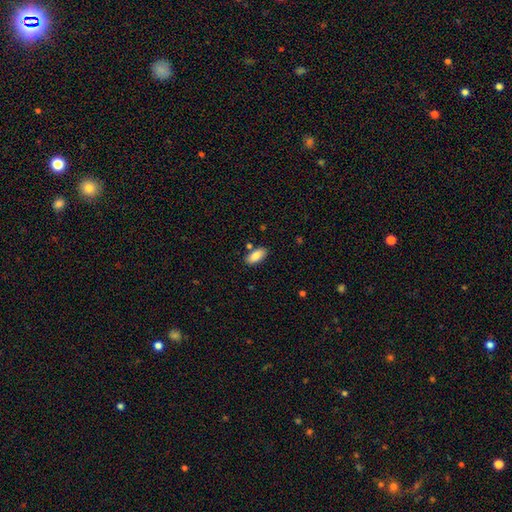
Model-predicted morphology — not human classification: This appears to be a smooth galaxy with no disk features (86%) that is in between round and cigar-shaped (90%). Merging: none (81%).